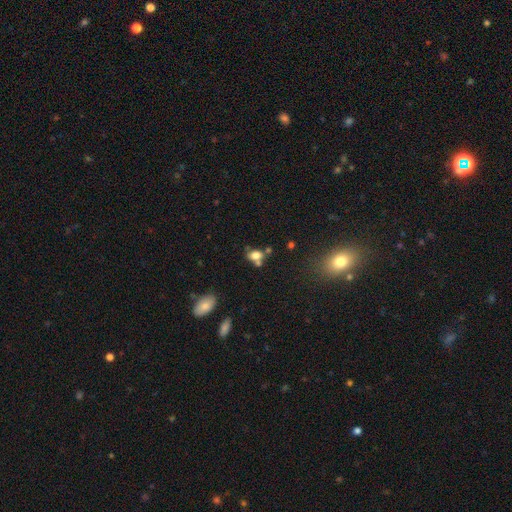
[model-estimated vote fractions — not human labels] A smooth galaxy with no disk features (73%) that is in between round and cigar-shaped (71%).

Vote fractions:
- Smooth or featured? smooth: 73% / featured or disk: 14% / star or artifact: 13%
- How rounded? in between: 71% / round: 26% / cigar-shaped: 3%
- Merging? none: 43% / merger: 34% / minor disturbance: 16% / major disturbance: 7%